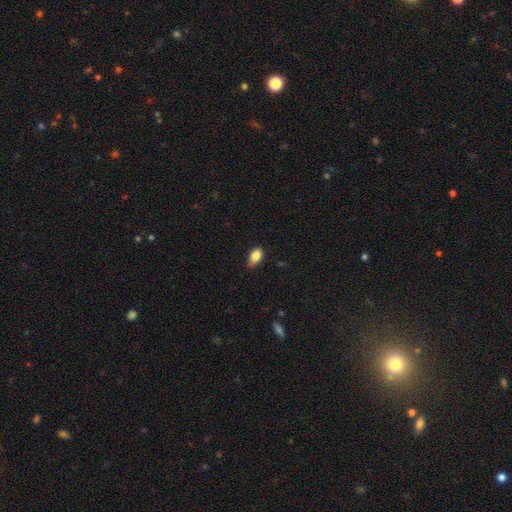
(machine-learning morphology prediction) A smooth galaxy with no disk features (85%) that is in between round and cigar-shaped (89%). Merging: none (69%).